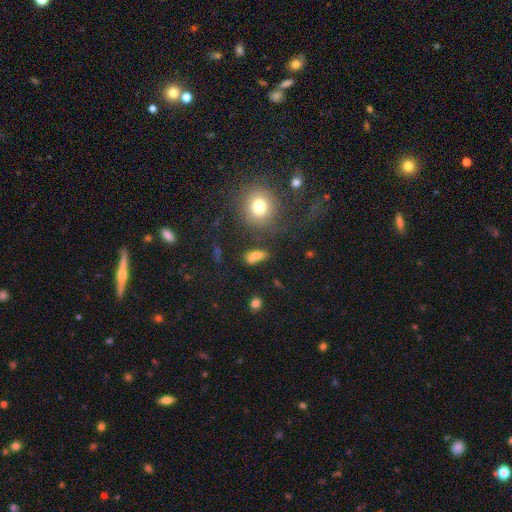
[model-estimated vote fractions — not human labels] A smooth galaxy with no disk features (71%) that is in between round and cigar-shaped (72%).

Vote fractions:
- Smooth or featured? smooth: 71% / featured or disk: 15% / star or artifact: 14%
- How rounded? in between: 72% / round: 16% / cigar-shaped: 12%
- Merging? none: 56% / merger: 19% / minor disturbance: 17% / major disturbance: 9%